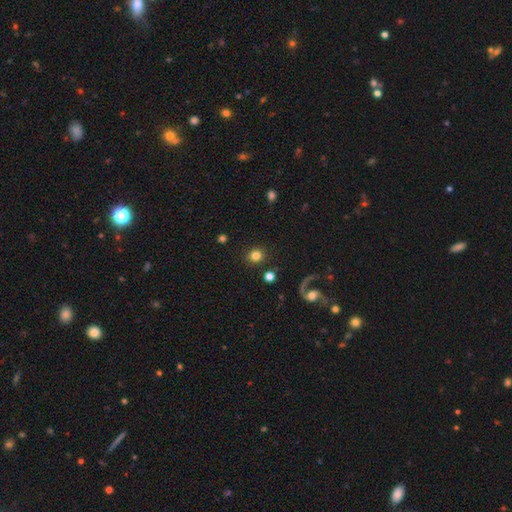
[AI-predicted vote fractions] This appears to be a smooth galaxy with no disk features (79%) that is round (87%). Merging: none (89%).